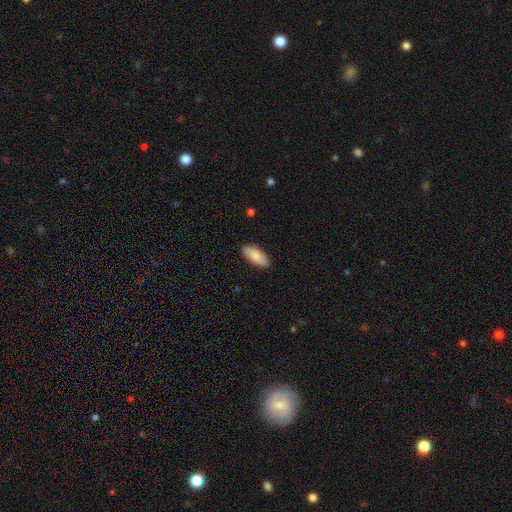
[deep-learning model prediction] The model was most divided on "how rounded": in between: 88%, cigar-shaped: 11%, round: 2%. More confident: merging — none (88%); smooth or featured — smooth (88%).